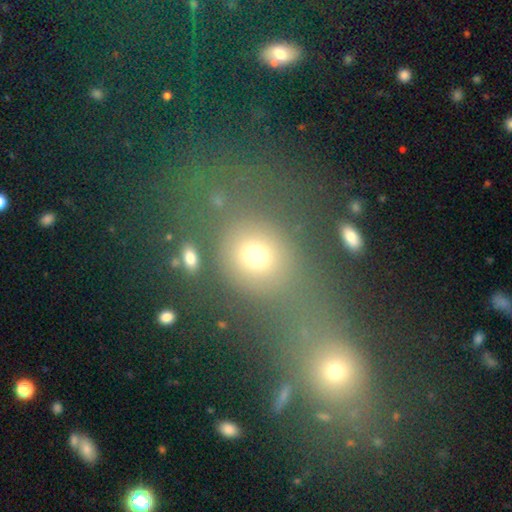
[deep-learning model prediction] Smooth or featured? smooth (65%)
How rounded? round (69%)
Merging? merger (56%)